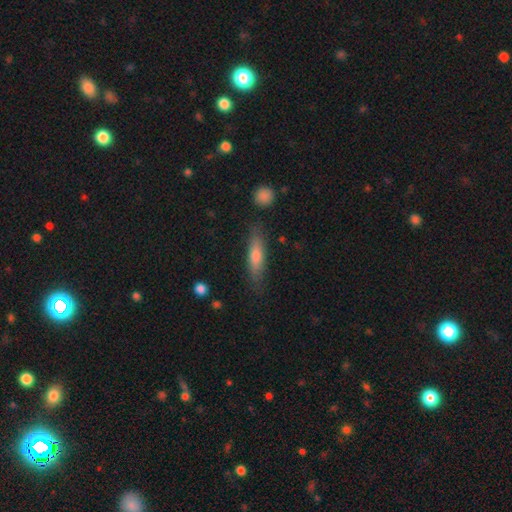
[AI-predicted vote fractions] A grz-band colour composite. It shows a smooth galaxy with no disk features (66%) that is cigar-shaped (74%). Merging: none (80%).